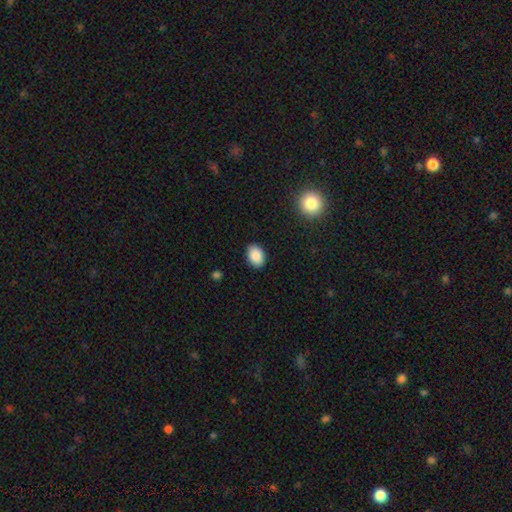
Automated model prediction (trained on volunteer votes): smooth-or-featured: smooth: 88% | star or artifact: 8% | featured or disk: 4%
  how-rounded: in between: 81% | round: 18% | cigar-shaped: 1%
  merging: none: 89% | minor disturbance: 8% | major disturbance: 2% | merger: 1%